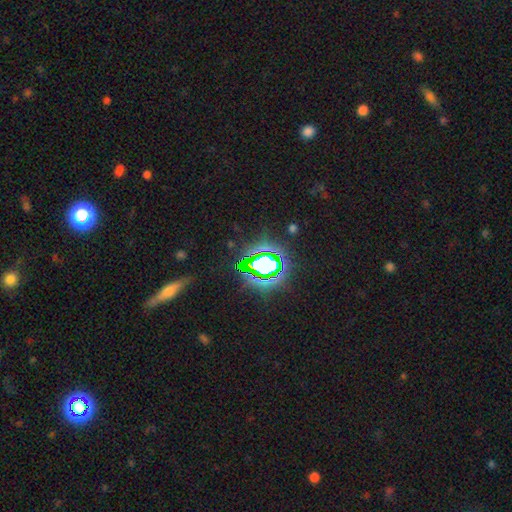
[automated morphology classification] Smooth or featured? Predicted: star or artifact (p=0.74).